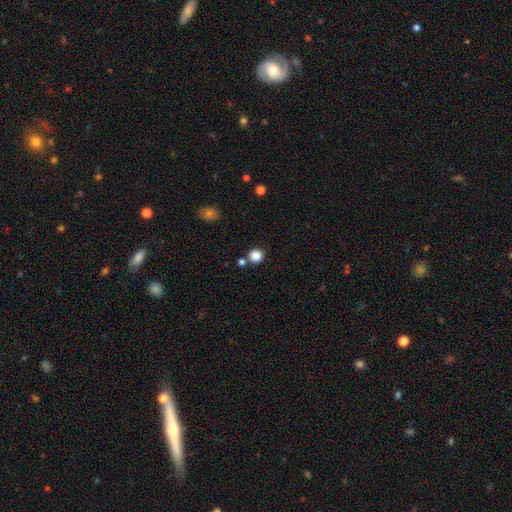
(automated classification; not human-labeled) Morphology: type=smooth (85%); roundness=round (91%); merging=none (79%).